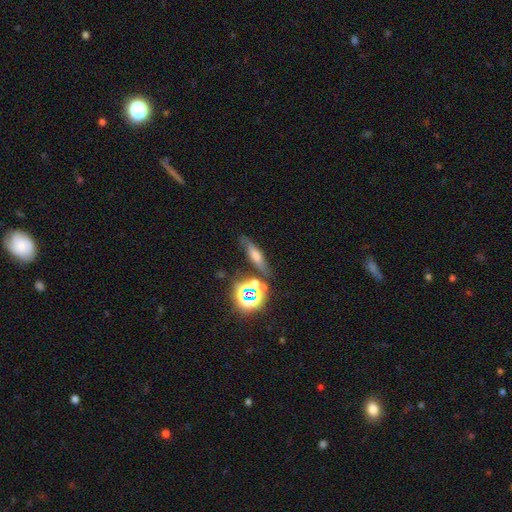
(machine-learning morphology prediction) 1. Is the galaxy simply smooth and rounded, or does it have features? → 43% smooth, 31% featured or disk, 26% star or artifact.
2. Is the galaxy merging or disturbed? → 72% none, 15% minor disturbance, 9% merger, 5% major disturbance.